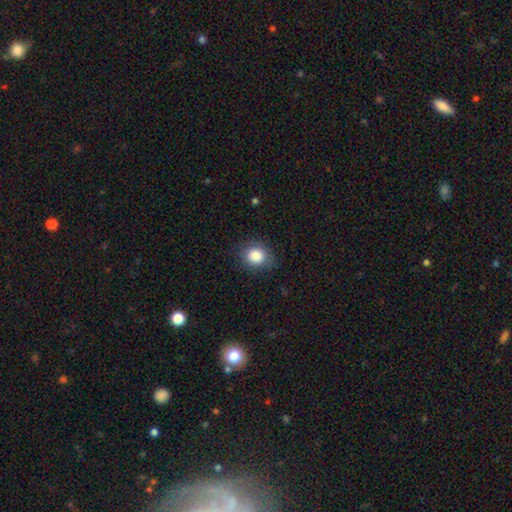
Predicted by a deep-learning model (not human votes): smooth_or_featured: smooth (p=0.85) [alt: star or artifact p=0.09]
how_rounded: round (p=0.75) [alt: in between p=0.24]
merging: none (p=0.81) [alt: minor disturbance p=0.14]